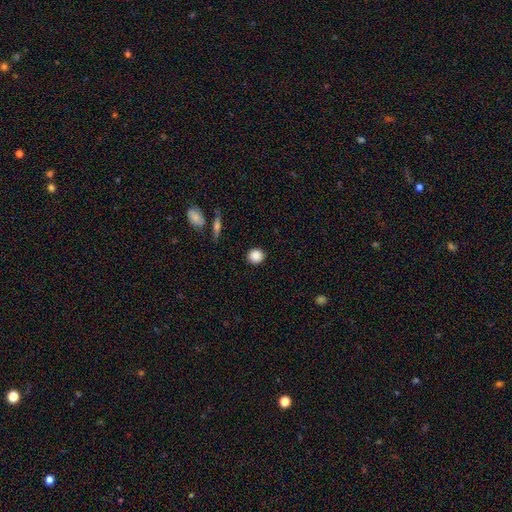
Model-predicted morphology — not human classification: The model was most divided on "smooth or featured": smooth: 88%, star or artifact: 8%, featured or disk: 4%. More confident: merging — none (91%); how rounded — round (90%).